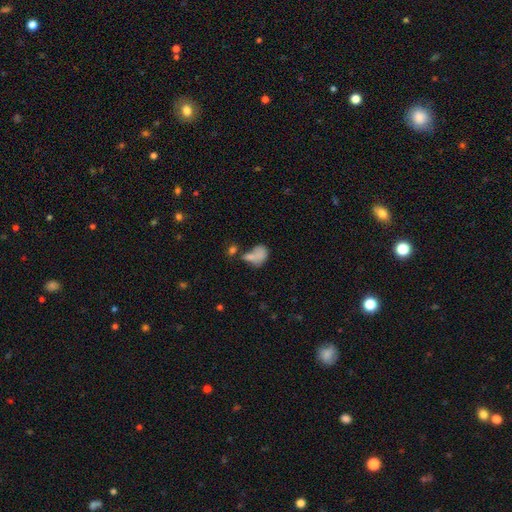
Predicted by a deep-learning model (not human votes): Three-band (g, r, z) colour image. It shows a smooth galaxy with no disk features (73%) that is in between round and cigar-shaped (75%). Merging: merger (36%).